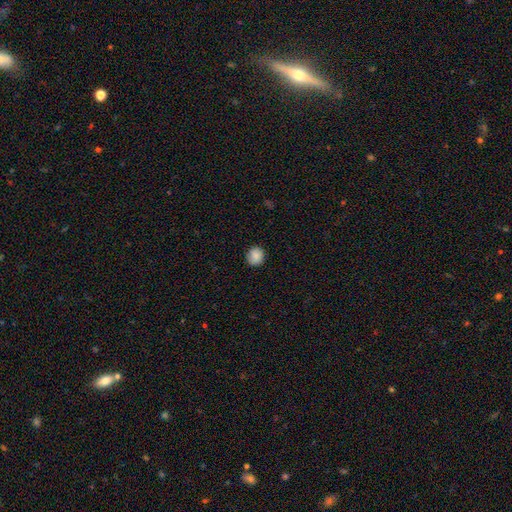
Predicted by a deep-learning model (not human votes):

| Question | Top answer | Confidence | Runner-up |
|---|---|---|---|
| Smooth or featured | smooth | 87% | star or artifact (8%) |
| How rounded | round | 88% | in between (11%) |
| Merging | none | 87% | minor disturbance (10%) |